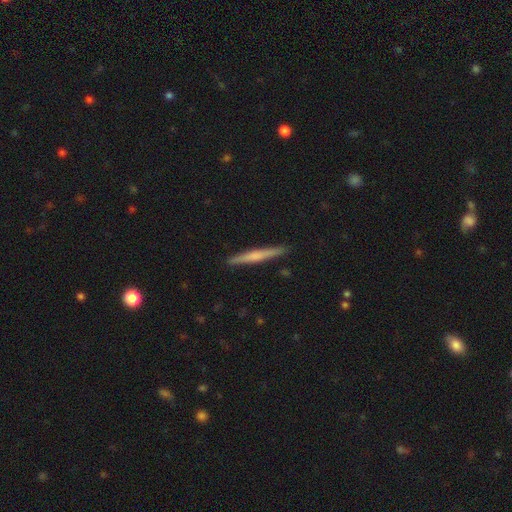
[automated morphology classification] Smooth or featured? Predicted: featured or disk (p=0.49). Merging? Predicted: none (p=0.92).